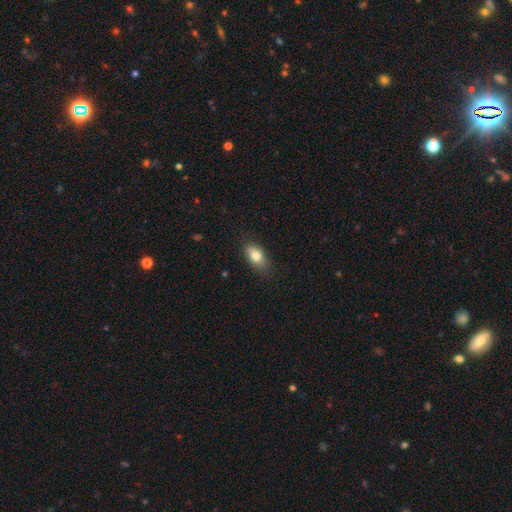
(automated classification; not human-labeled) Q: Smooth or featured?
A: smooth (80%); runner-up: featured or disk (13%)
Q: How rounded?
A: in between (87%); runner-up: round (8%)
Q: Merging?
A: none (80%); runner-up: minor disturbance (16%)